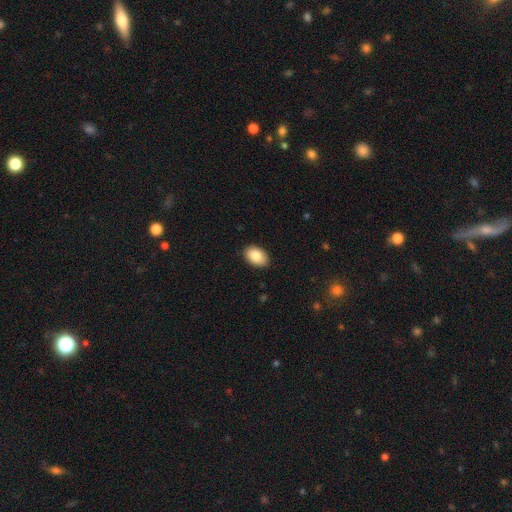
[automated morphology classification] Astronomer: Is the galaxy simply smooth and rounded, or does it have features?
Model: smooth — 86%.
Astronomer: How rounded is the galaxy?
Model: in between — 88%.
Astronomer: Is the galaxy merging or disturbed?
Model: none — 90%.